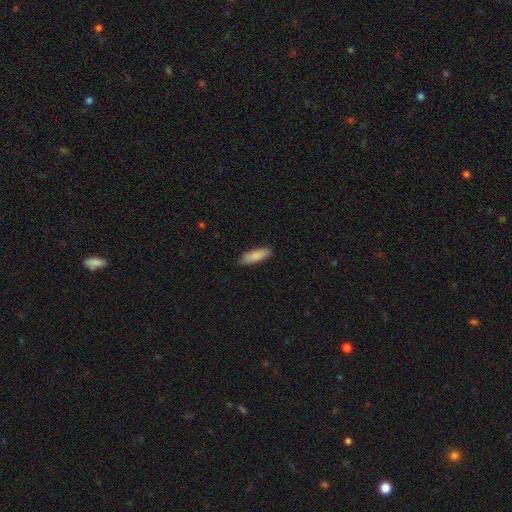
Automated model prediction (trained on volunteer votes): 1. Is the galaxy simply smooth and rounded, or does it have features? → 87% smooth, 7% featured or disk, 6% star or artifact.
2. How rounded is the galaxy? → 52% in between, 46% cigar-shaped, 2% round.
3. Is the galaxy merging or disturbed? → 87% none, 10% minor disturbance, 2% major disturbance, 1% merger.